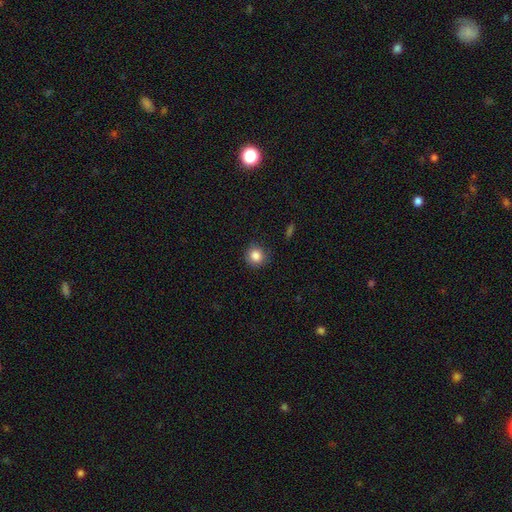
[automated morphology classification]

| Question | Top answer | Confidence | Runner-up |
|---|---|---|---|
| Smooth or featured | smooth | 84% | star or artifact (10%) |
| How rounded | round | 91% | in between (8%) |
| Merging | none | 87% | minor disturbance (10%) |